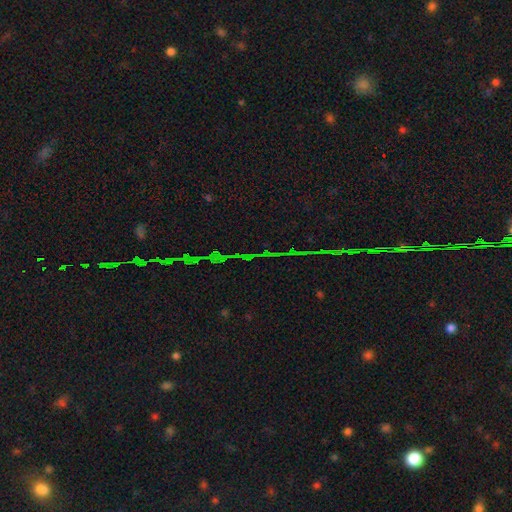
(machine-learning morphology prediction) Smooth or featured? Predicted: star or artifact (p=0.78).